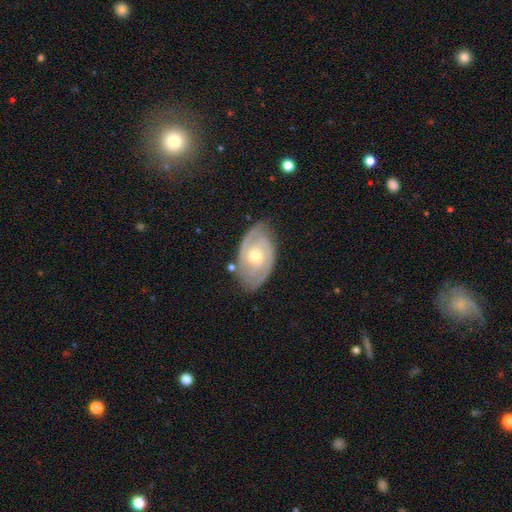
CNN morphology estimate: Q: Smooth or featured?
A: featured or disk (86%); runner-up: smooth (9%)
Q: Edge-on disk?
A: no (96%); runner-up: yes (4%)
Q: Bar?
A: no (67%); runner-up: weak (26%)
Q: Spiral arms?
A: yes (96%); runner-up: no (4%)
Q: Spiral winding?
A: tight (62%); runner-up: medium (32%)
Q: Spiral arm count?
A: 2 (73%); runner-up: 3 (11%)
Q: Bulge size?
A: moderate (53%); runner-up: small (43%)
Q: Merging?
A: none (78%); runner-up: minor disturbance (16%)